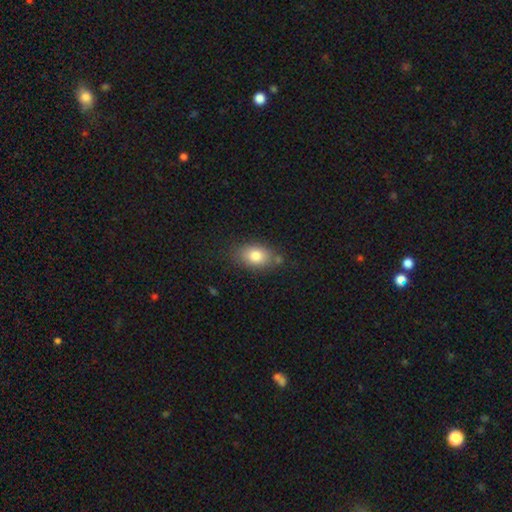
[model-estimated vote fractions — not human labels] Q: Smooth or featured?
A: smooth (81%); runner-up: featured or disk (11%)
Q: How rounded?
A: in between (84%); runner-up: round (14%)
Q: Merging?
A: none (73%); runner-up: minor disturbance (17%)